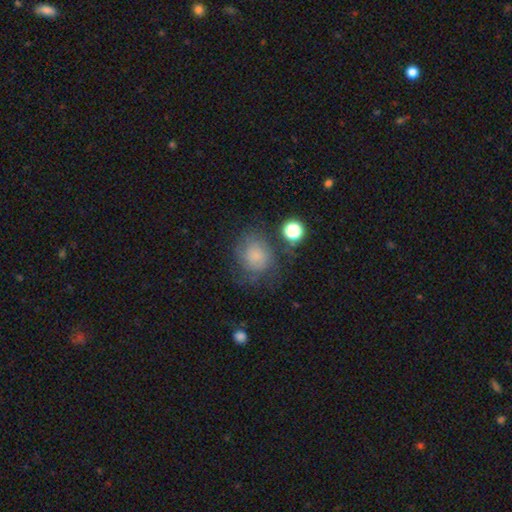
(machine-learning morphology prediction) The model was most divided on "smooth or featured": smooth: 60%, featured or disk: 26%, star or artifact: 14%. More confident: how rounded — round (78%); merging — none (59%).